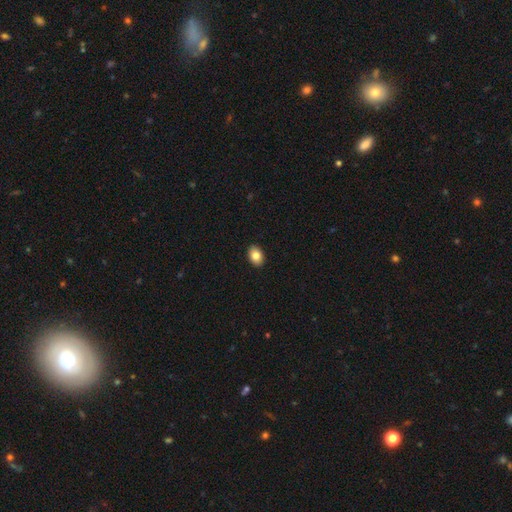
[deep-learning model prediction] smooth-or-featured: smooth: 84% | featured or disk: 9% | star or artifact: 8%
  how-rounded: in between: 81% | round: 18% | cigar-shaped: 1%
  merging: none: 92% | minor disturbance: 6% | major disturbance: 1% | merger: 1%